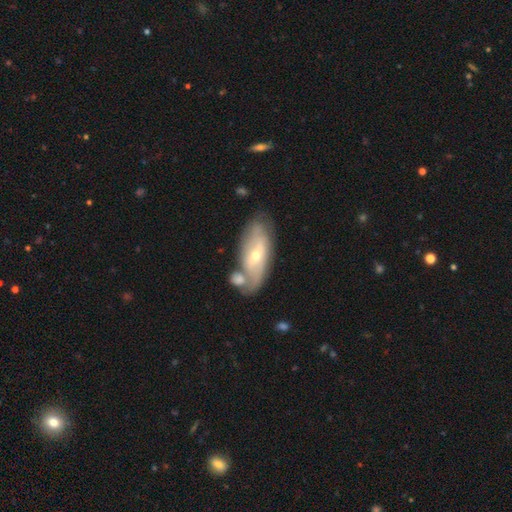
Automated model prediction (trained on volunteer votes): A featured or disk galaxy (65%) with no bar (52%), spiral arms (68%) and a small central bulge (56%).

Vote fractions:
- Smooth or featured? featured or disk: 65% / smooth: 29% / star or artifact: 6%
- Edge-on disk? no: 85% / yes: 15%
- Bar? no: 52% / weak: 33% / strong: 14%
- Spiral arms? yes: 68% / no: 32%
- Bulge size? small: 56% / moderate: 40% / large: 2% / none: 1% / dominant: 1%
- Merging? none: 51% / merger: 25% / minor disturbance: 18% / major disturbance: 7%